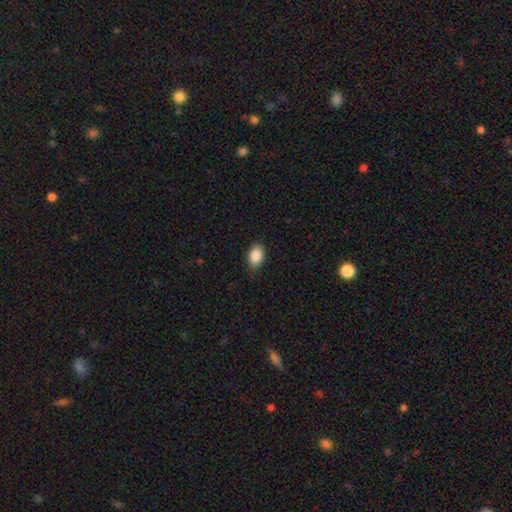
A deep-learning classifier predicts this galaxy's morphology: smooth_or_featured: smooth (p=0.89) [alt: star or artifact p=0.07]
how_rounded: in between (p=0.86) [alt: round p=0.12]
merging: none (p=0.83) [alt: minor disturbance p=0.13]